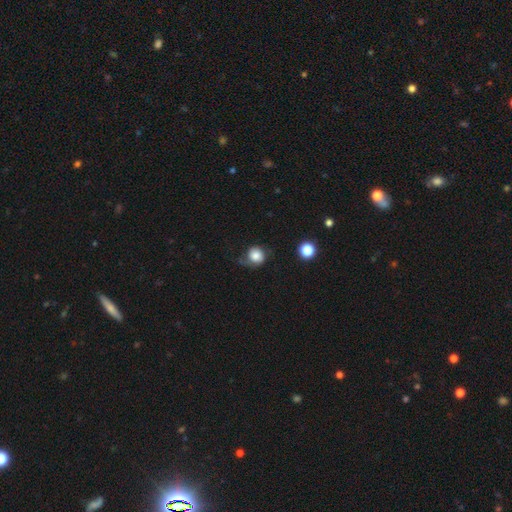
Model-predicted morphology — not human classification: Smooth or featured? smooth (71%)
How rounded? round (83%)
Merging? none (49%)